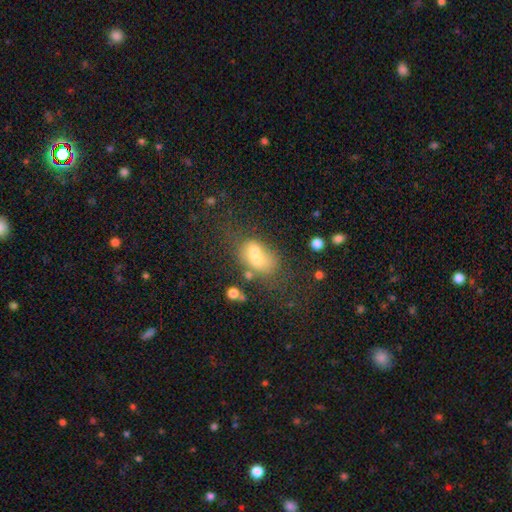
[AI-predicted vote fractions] Smooth or featured?
  - smooth: 58% *
  - featured or disk: 28%
  - star or artifact: 14%
How rounded?
  - in between: 65% *
  - round: 33%
  - cigar-shaped: 2%
Merging?
  - merger: 62% *
  - none: 20%
  - minor disturbance: 10%
  - major disturbance: 9%